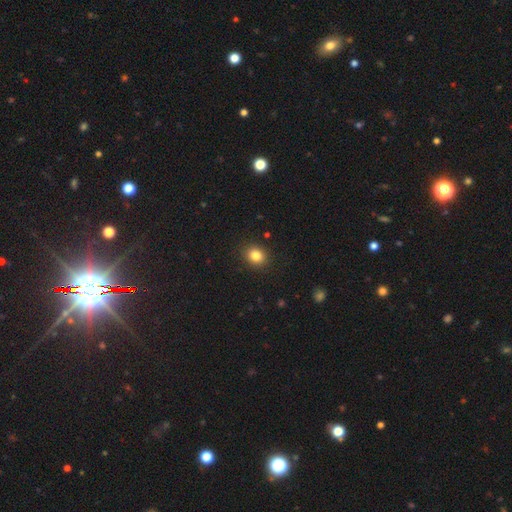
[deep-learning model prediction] smooth_or_featured: smooth (p=0.83) [alt: star or artifact p=0.11]
how_rounded: round (p=0.69) [alt: in between p=0.30]
merging: none (p=0.90) [alt: minor disturbance p=0.07]